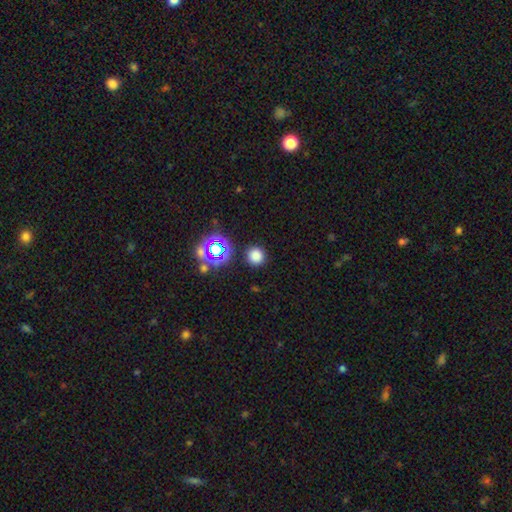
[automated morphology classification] This is likely a smooth galaxy (75%). How rounded: clearly round (92%). Merging: clearly none (88%).